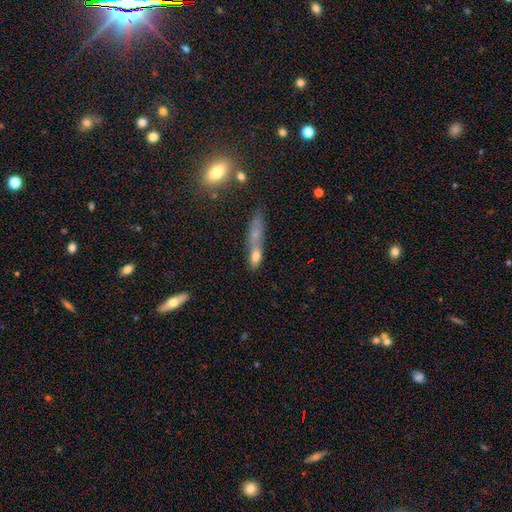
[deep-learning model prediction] Smooth or featured?
  - smooth: 66% *
  - featured or disk: 22%
  - star or artifact: 12%
How rounded?
  - cigar-shaped: 48% *
  - in between: 44%
  - round: 8%
Merging?
  - merger: 55% *
  - none: 26%
  - minor disturbance: 11%
  - major disturbance: 8%